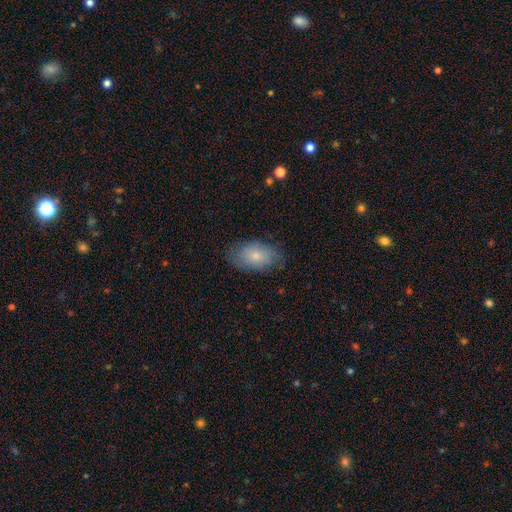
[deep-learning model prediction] The model was most divided on "smooth or featured": smooth: 74%, featured or disk: 19%, star or artifact: 7%. More confident: how rounded — in between (91%); merging — none (76%).